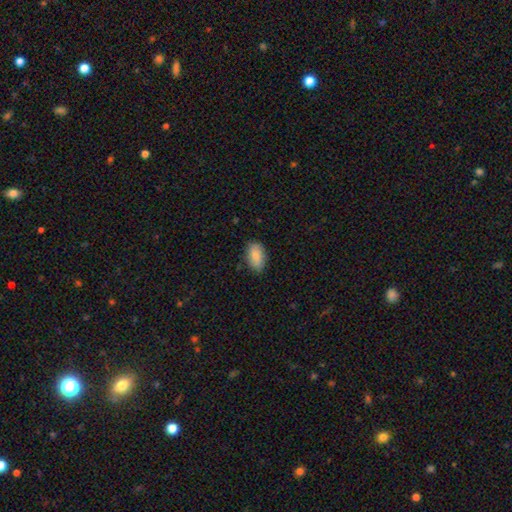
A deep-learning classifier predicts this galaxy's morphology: Smooth or featured?
  - smooth: 82% *
  - featured or disk: 11%
  - star or artifact: 7%
How rounded?
  - in between: 91% *
  - round: 7%
  - cigar-shaped: 2%
Merging?
  - none: 78% *
  - minor disturbance: 17%
  - major disturbance: 3%
  - merger: 1%